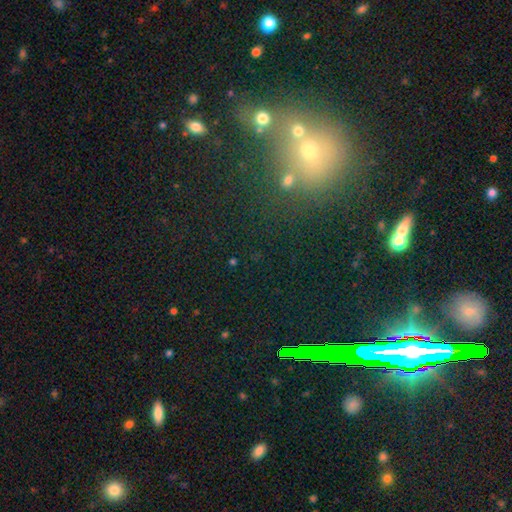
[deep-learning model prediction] This appears to be a star or artifact, not a galaxy (65%).